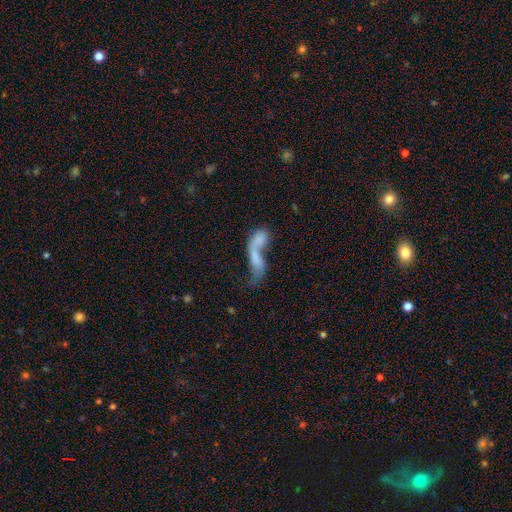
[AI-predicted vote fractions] Smooth or featured? Predicted: featured or disk (p=0.45). Merging? Predicted: merger (p=0.66).